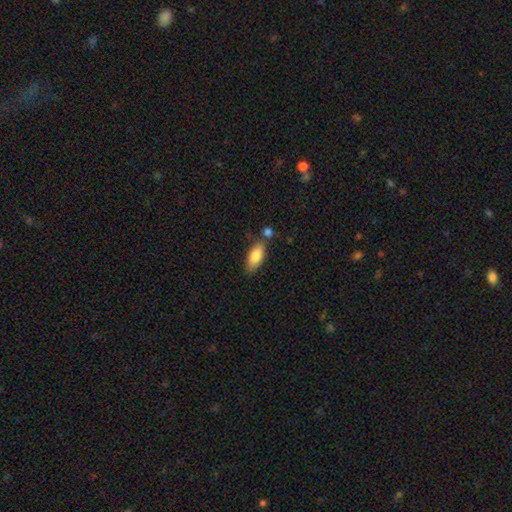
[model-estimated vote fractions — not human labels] Overall: smooth (82%). How rounded: in between (81%). Merging: none (66%).